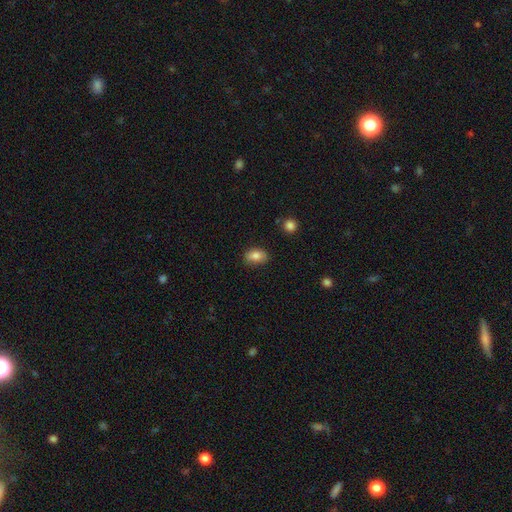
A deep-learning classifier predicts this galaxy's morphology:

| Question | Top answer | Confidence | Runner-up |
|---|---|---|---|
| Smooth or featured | smooth | 82% | featured or disk (9%) |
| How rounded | in between | 83% | round (16%) |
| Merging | none | 82% | minor disturbance (14%) |